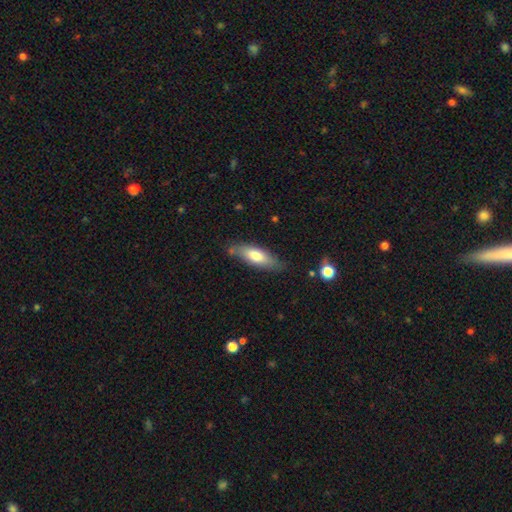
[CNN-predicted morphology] The model was most divided on "how rounded": in between: 56%, cigar-shaped: 42%, round: 2%. More confident: merging — none (74%); smooth or featured — smooth (70%).